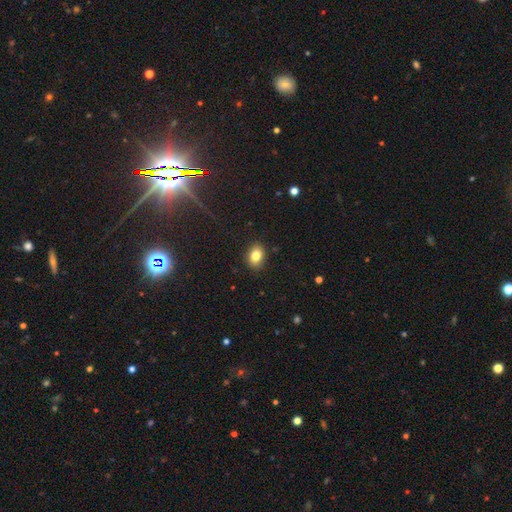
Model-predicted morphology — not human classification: smooth 83%, star or artifact 10%, featured or disk 8%. Down the decision tree: how rounded — in between (70%); merging — none (88%).